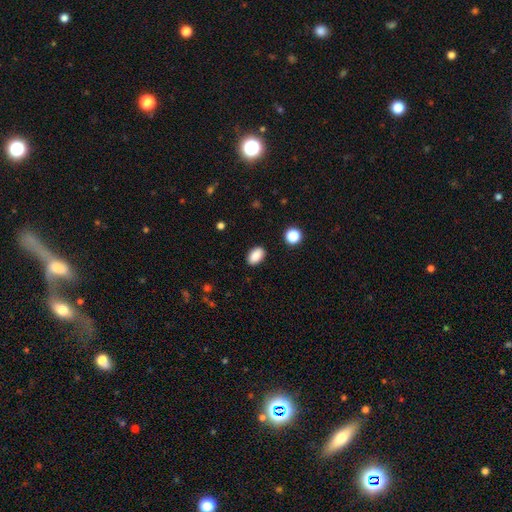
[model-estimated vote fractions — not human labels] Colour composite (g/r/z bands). It shows a smooth galaxy with no disk features (88%) that is in between round and cigar-shaped (90%). Merging: none (88%).